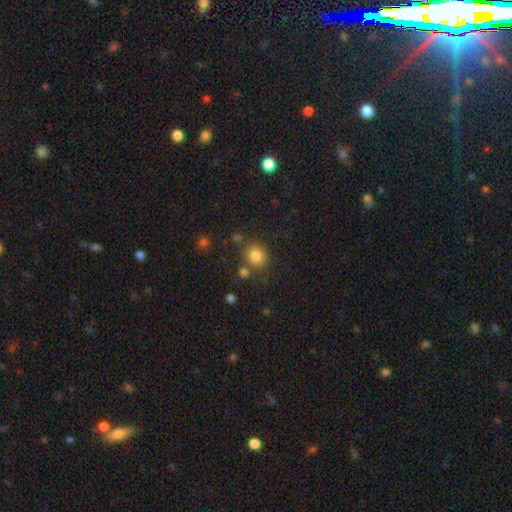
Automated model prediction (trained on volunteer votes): This is clearly a smooth galaxy (81%). How rounded: clearly round (84%). Merging: likely none (75%).